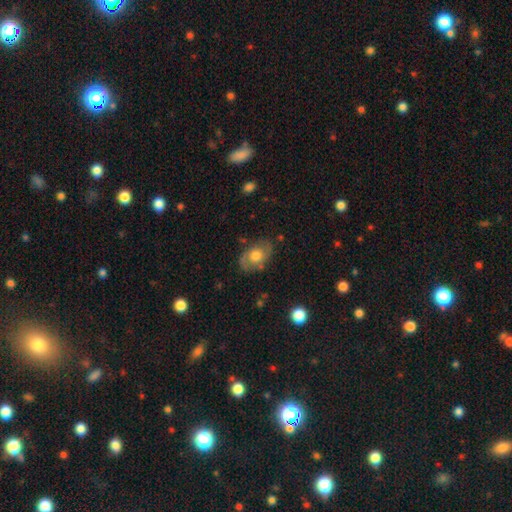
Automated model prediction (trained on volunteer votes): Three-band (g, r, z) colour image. It shows a featured or disk galaxy (53%) with no bar (78%), spiral arms (67%) and a moderate central bulge (61%). Merging: none (75%).